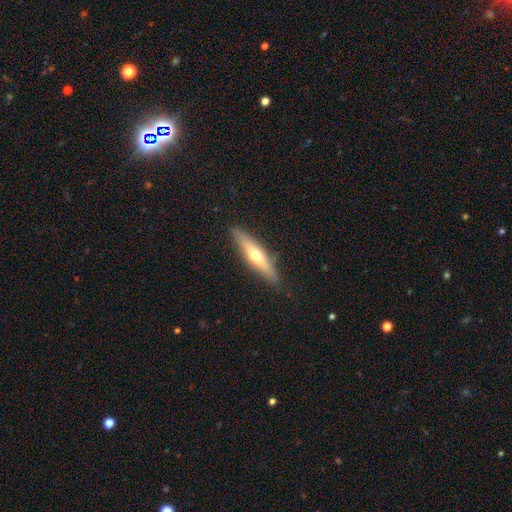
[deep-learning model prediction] smooth-or-featured: featured or disk: 48% | smooth: 46% | star or artifact: 6%
  merging: none: 88% | minor disturbance: 9% | major disturbance: 2% | merger: 1%